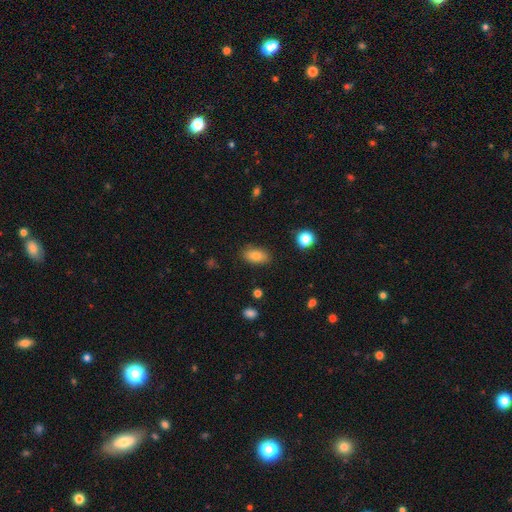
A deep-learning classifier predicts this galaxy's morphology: Overall: smooth (80%). How rounded: in between (90%). Merging: none (84%).